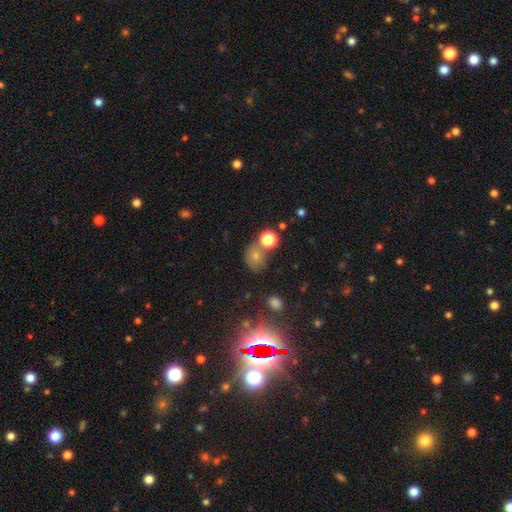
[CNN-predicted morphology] Q: Smooth or featured?
A: smooth (70%); runner-up: star or artifact (19%)
Q: How rounded?
A: round (64%); runner-up: in between (35%)
Q: Merging?
A: none (55%); runner-up: merger (24%)